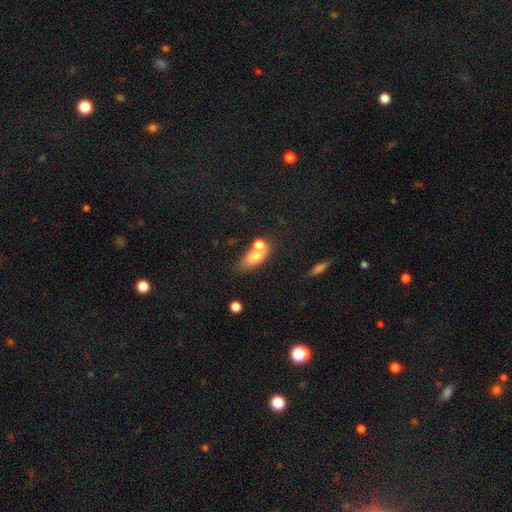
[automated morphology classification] smooth_or_featured: smooth (p=0.72) [alt: featured or disk p=0.19]
how_rounded: in between (p=0.77) [alt: round p=0.12]
merging: merger (p=0.44) [alt: none p=0.33]